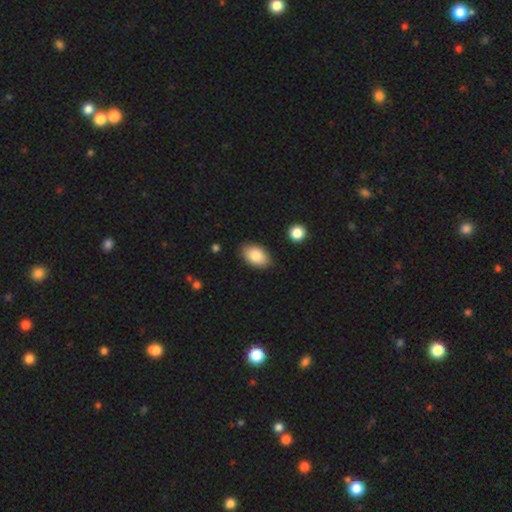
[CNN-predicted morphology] A smooth galaxy with no disk features (84%) that is in between round and cigar-shaped (92%).

Vote fractions:
- Smooth or featured? smooth: 84% / featured or disk: 9% / star or artifact: 7%
- How rounded? in between: 92% / round: 7% / cigar-shaped: 1%
- Merging? none: 85% / minor disturbance: 11% / major disturbance: 2% / merger: 2%